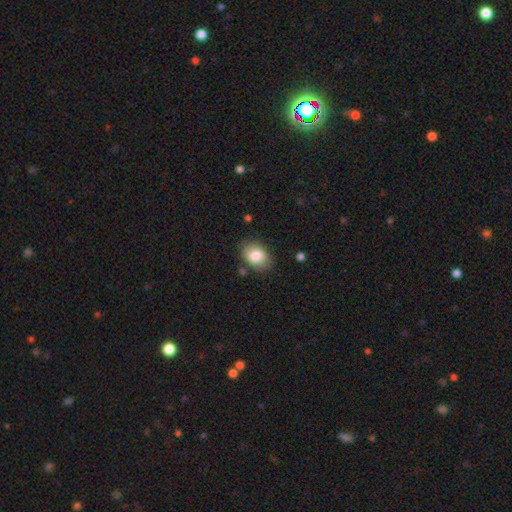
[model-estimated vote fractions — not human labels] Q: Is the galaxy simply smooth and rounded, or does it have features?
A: smooth — 83%.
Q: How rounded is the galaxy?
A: in between — 73%.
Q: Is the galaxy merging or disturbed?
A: none — 80%.